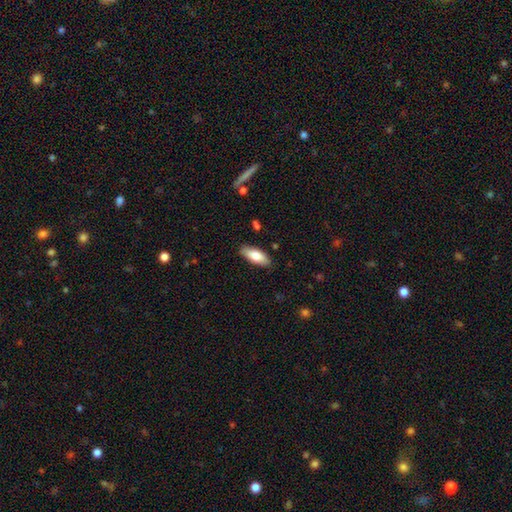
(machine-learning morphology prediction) smooth-or-featured: smooth: 77% | featured or disk: 17% | star or artifact: 6%
  how-rounded: in between: 78% | cigar-shaped: 20% | round: 2%
  merging: none: 87% | minor disturbance: 10% | major disturbance: 2% | merger: 1%